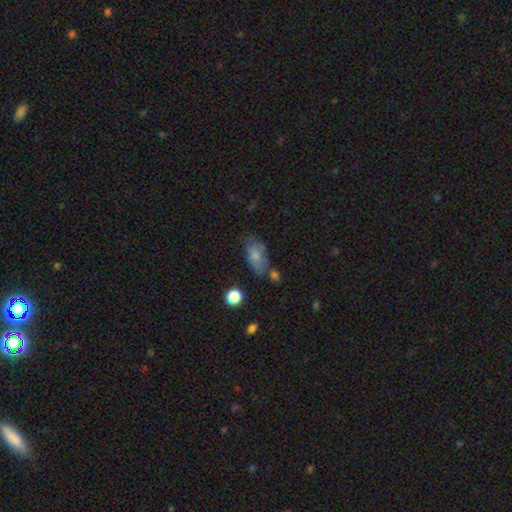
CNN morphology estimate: Smooth or featured?
  - smooth: 77% *
  - featured or disk: 14%
  - star or artifact: 9%
How rounded?
  - in between: 90% *
  - round: 7%
  - cigar-shaped: 3%
Merging?
  - none: 54% *
  - minor disturbance: 26%
  - major disturbance: 10%
  - merger: 10%